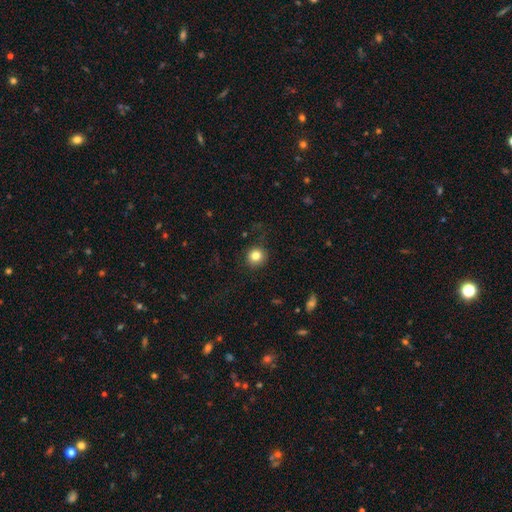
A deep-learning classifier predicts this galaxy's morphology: Overall: smooth (83%). How rounded: round (92%). Merging: none (86%).